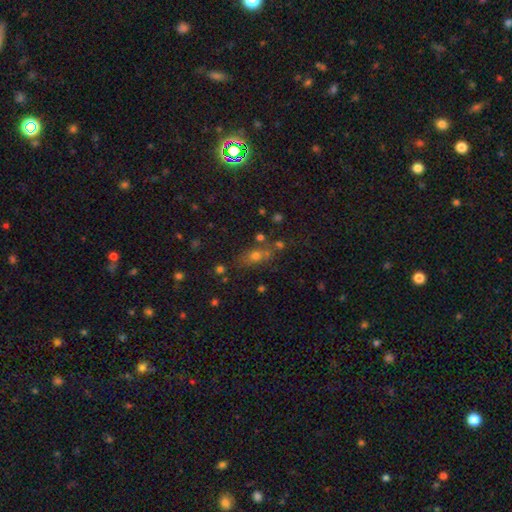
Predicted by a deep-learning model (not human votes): smooth 63%, star or artifact 19%, featured or disk 18%. Down the decision tree: how rounded — in between (61%); merging — none (63%).